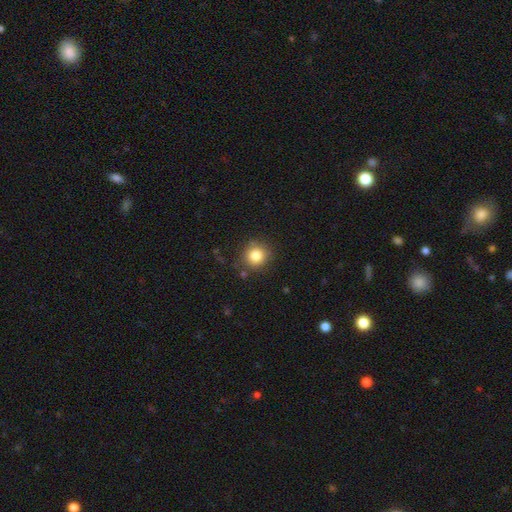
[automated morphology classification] smooth-or-featured: smooth: 82% | star or artifact: 11% | featured or disk: 6%
  how-rounded: round: 90% | in between: 9% | cigar-shaped: 1%
  merging: none: 84% | minor disturbance: 10% | major disturbance: 3% | merger: 3%